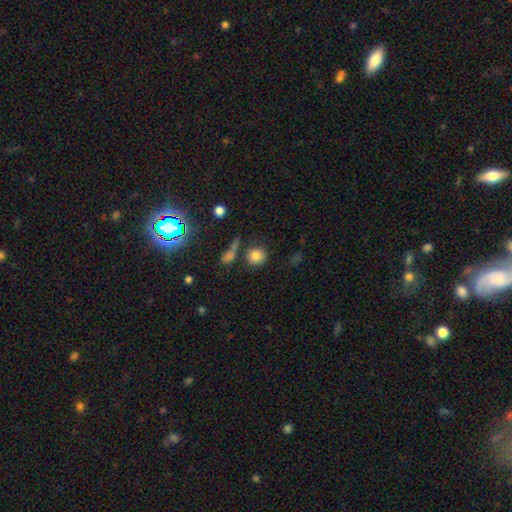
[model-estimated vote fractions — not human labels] This is likely a smooth galaxy (80%). How rounded: clearly round (87%). Merging: likely none (72%).